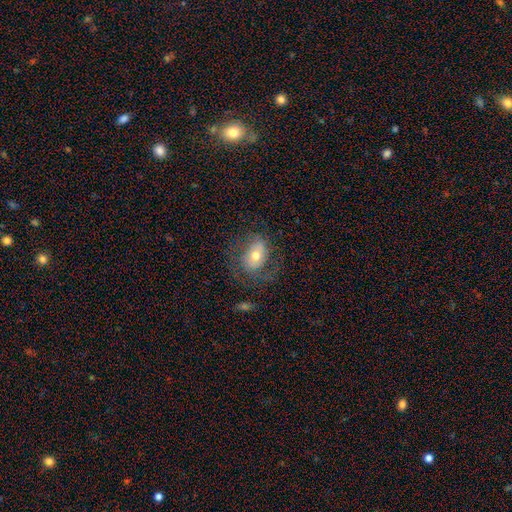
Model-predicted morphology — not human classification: smooth 48%, featured or disk 43%, star or artifact 10%. Down the decision tree: merging — none (58%).